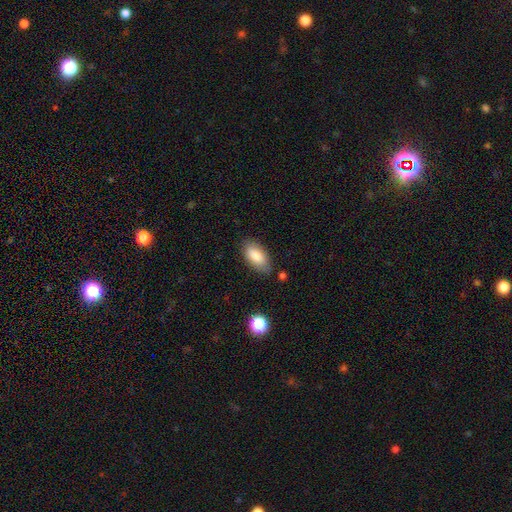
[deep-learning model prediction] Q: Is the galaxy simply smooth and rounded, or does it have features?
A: smooth — 85%.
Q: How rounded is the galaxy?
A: in between — 91%.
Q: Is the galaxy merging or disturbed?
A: none — 77%.